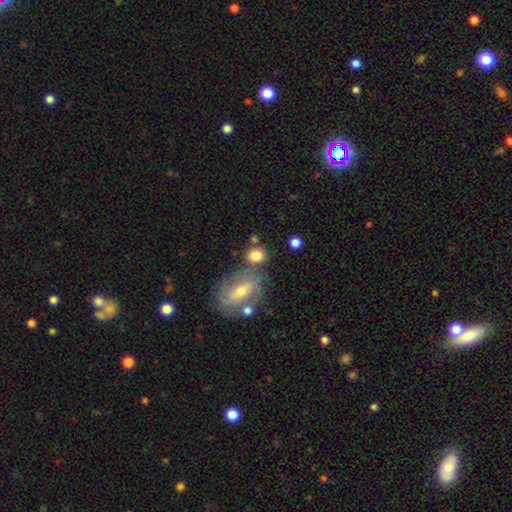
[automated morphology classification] This is likely a smooth galaxy (76%). How rounded: likely round (69%). Merging: likely none (61%).